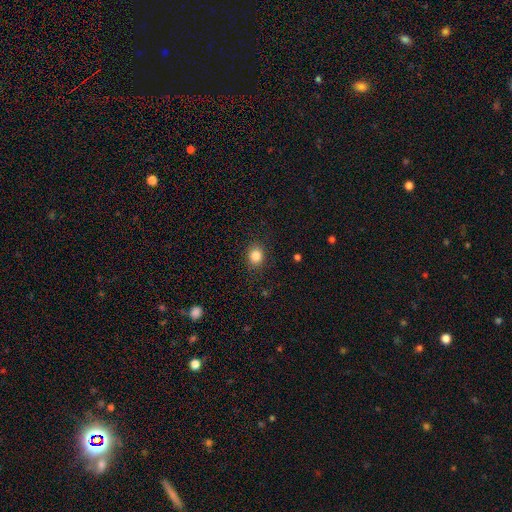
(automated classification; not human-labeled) Overall: smooth (85%). How rounded: round (62%; in between 37%). Merging: none (87%).